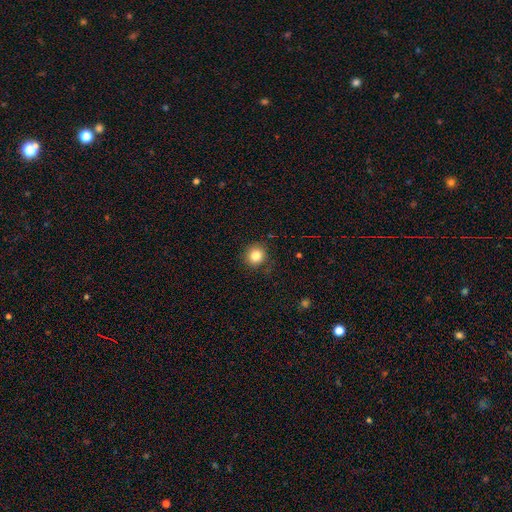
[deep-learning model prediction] smooth-or-featured: smooth: 83% | star or artifact: 11% | featured or disk: 6%
  how-rounded: round: 91% | in between: 8% | cigar-shaped: 1%
  merging: none: 88% | minor disturbance: 9% | major disturbance: 2% | merger: 1%